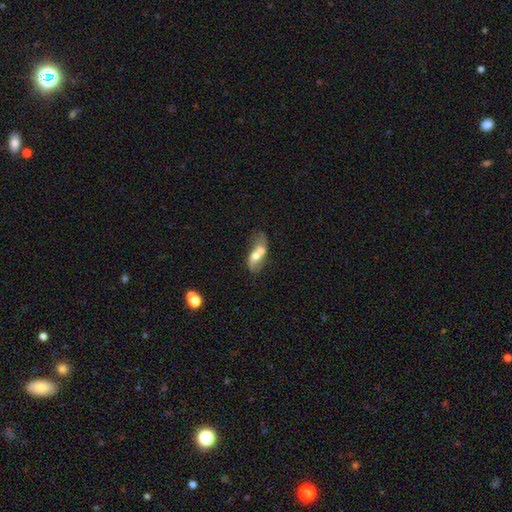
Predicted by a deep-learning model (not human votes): This appears to be a smooth galaxy with no disk features (48%). Merging: merger (55%).